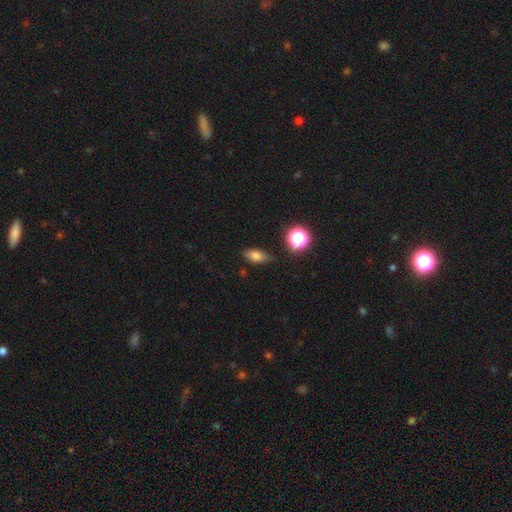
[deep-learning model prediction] A smooth galaxy with no disk features (77%) that is in between round and cigar-shaped (81%). Merging: none (78%).